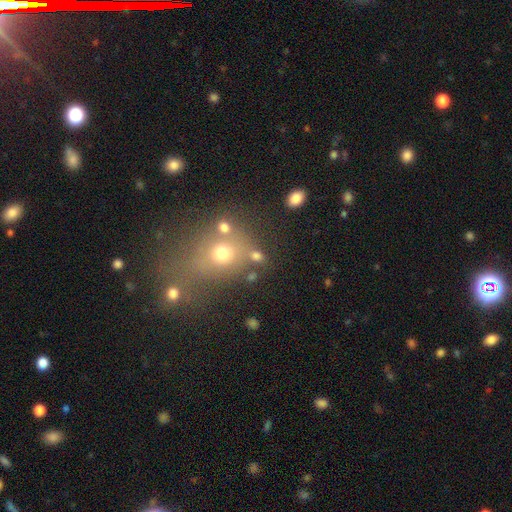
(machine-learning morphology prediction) type=smooth (69%); roundness=round (60%); merging=none (64%).